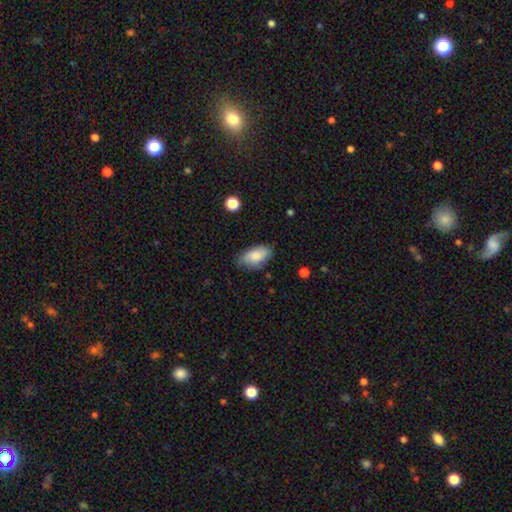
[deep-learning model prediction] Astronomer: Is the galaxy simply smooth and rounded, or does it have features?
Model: smooth — 82%.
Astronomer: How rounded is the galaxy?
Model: in between — 93%.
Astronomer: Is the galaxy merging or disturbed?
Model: none — 75%.